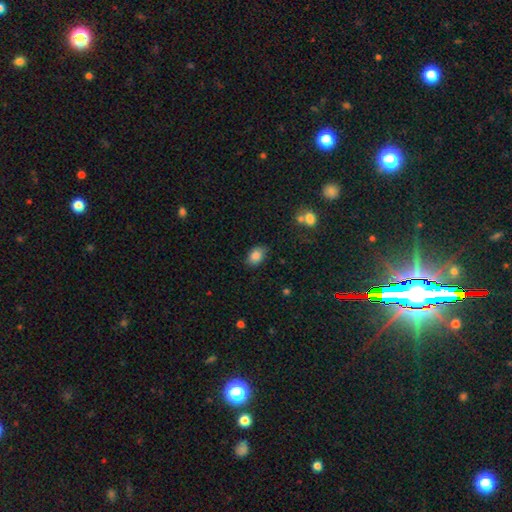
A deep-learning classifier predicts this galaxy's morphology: type=smooth (85%); roundness=in between (80%); merging=none (80%).